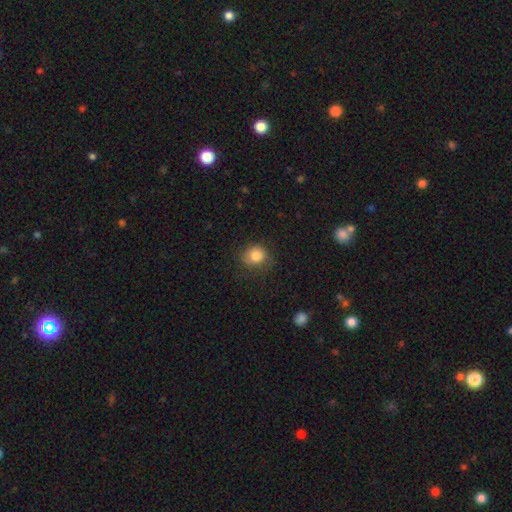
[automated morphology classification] Smooth or featured: smooth — 84% (star or artifact — 9%)
How rounded: round — 79% (in between — 21%)
Merging: none — 67% (minor disturbance — 23%)